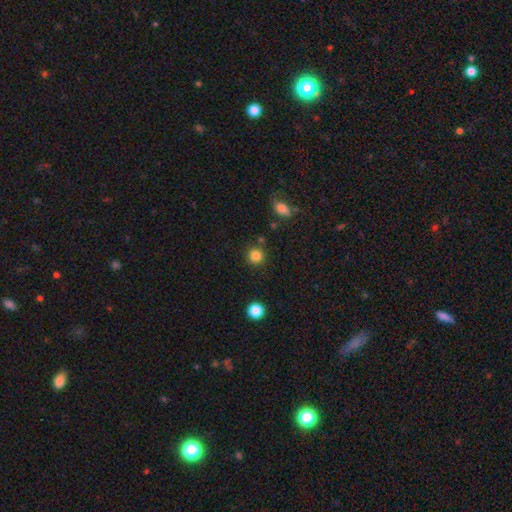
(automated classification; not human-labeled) smooth-or-featured: smooth: 85% | star or artifact: 11% | featured or disk: 4%
  how-rounded: round: 93% | in between: 6% | cigar-shaped: 1%
  merging: none: 87% | minor disturbance: 7% | merger: 3% | major disturbance: 2%